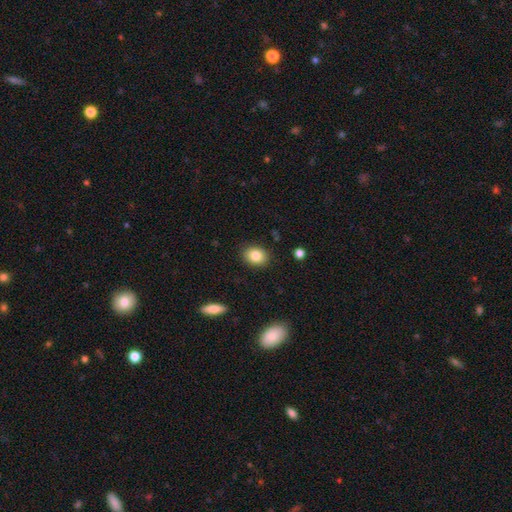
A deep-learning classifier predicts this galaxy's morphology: type=smooth (84%); roundness=in between (57%); merging=none (88%).